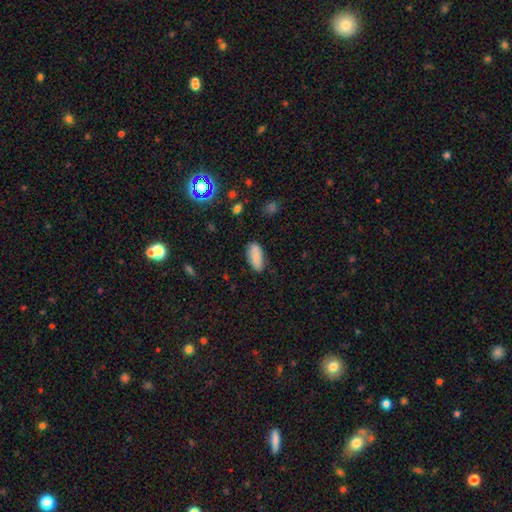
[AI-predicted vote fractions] smooth_or_featured: smooth (p=0.83) [alt: featured or disk p=0.09]
how_rounded: in between (p=0.89) [alt: cigar-shaped p=0.08]
merging: none (p=0.77) [alt: minor disturbance p=0.17]